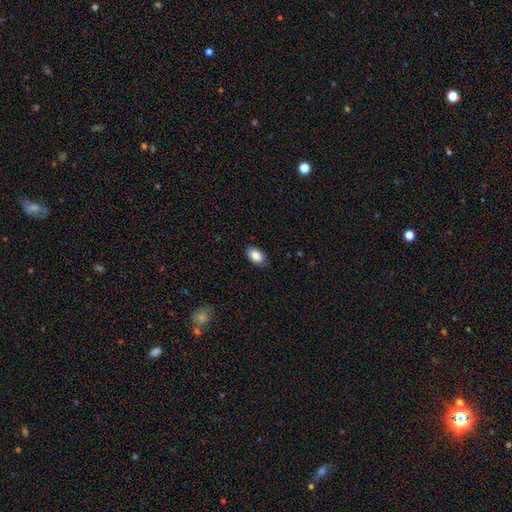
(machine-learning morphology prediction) The model was most divided on "merging": none: 83%, minor disturbance: 13%, major disturbance: 2%, merger: 1%. More confident: how rounded — in between (90%); smooth or featured — smooth (88%).